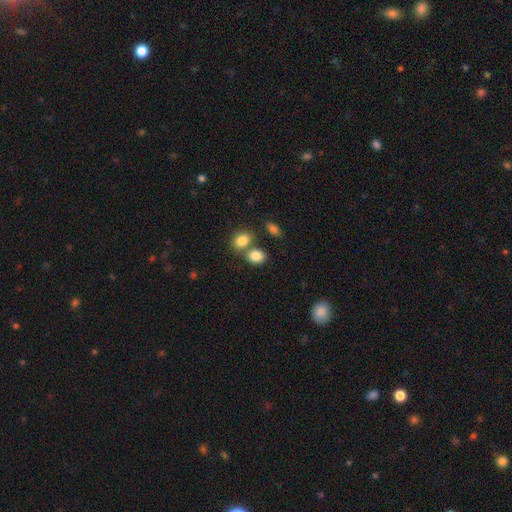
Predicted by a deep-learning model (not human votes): smooth 84%, star or artifact 9%, featured or disk 7%. Down the decision tree: how rounded — in between (55%); merging — none (51%).